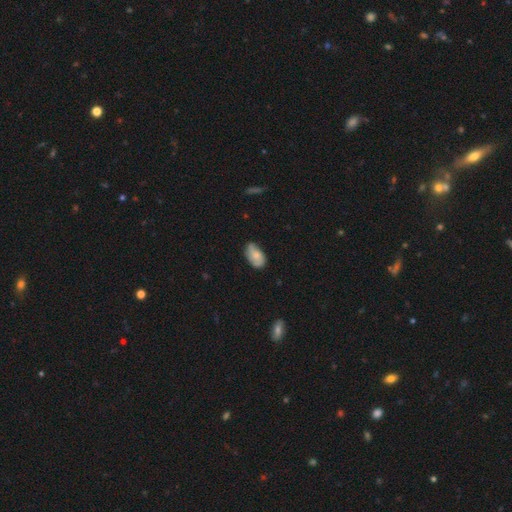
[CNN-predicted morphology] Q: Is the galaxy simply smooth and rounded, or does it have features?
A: smooth — 53%.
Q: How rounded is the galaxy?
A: in between — 91%.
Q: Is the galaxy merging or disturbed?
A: none — 60%.